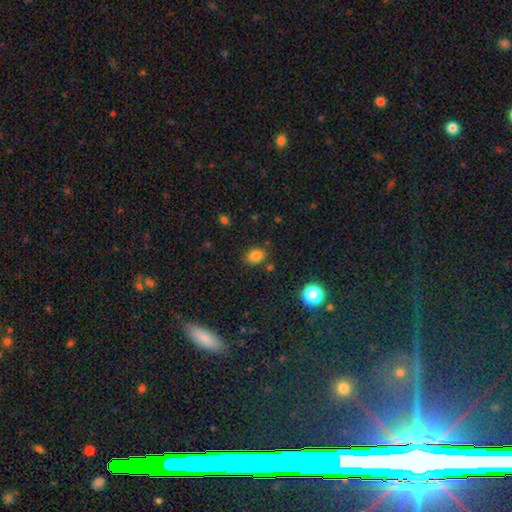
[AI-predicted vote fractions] Morphology: type=smooth (81%); roundness=in between (65%); merging=none (81%).